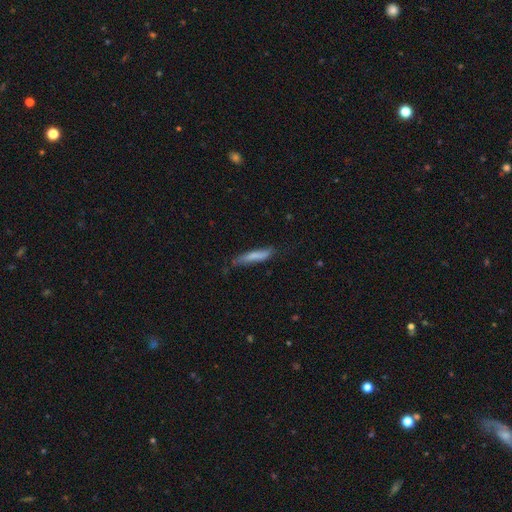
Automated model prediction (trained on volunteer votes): Overall: smooth (74%). How rounded: cigar-shaped (87%). Merging: none (62%; minor disturbance 28%).